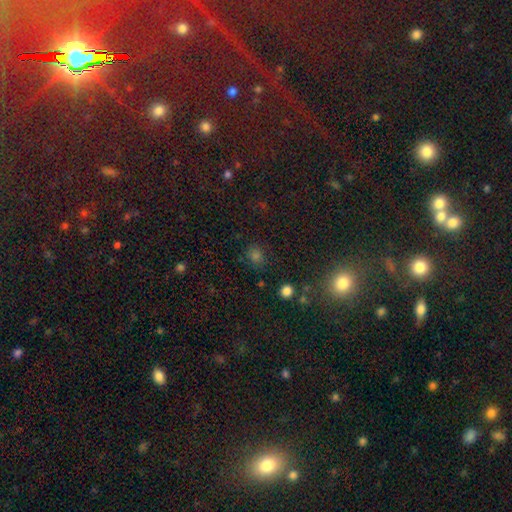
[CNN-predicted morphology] smooth-or-featured: smooth: 69% | star or artifact: 25% | featured or disk: 6%
  how-rounded: round: 76% | in between: 23% | cigar-shaped: 1%
  merging: none: 84% | minor disturbance: 10% | major disturbance: 3% | merger: 3%